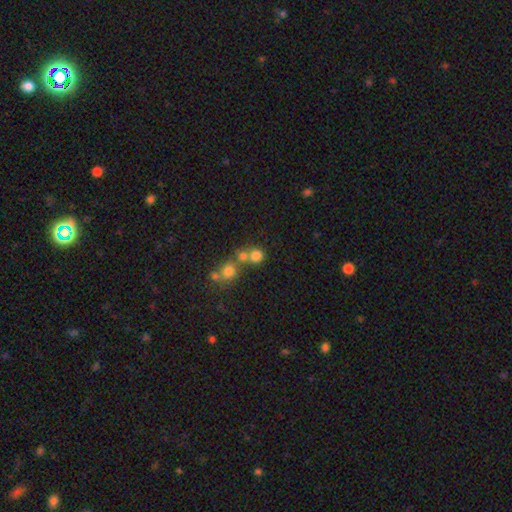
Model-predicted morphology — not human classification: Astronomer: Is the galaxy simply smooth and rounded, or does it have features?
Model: smooth — 76%.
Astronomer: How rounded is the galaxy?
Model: round — 86%.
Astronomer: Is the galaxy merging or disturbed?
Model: none — 52% (runner-up: merger, 37%).